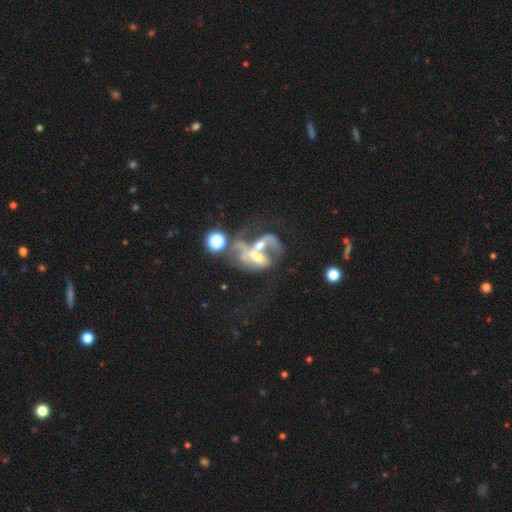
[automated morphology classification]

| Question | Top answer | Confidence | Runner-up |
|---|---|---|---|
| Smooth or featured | featured or disk | 66% | smooth (20%) |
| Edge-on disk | no | 95% | yes (5%) |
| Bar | no | 56% | weak (26%) |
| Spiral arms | no | 51% | yes (49%) |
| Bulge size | moderate | 44% | small (22%) |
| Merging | merger | 60% | major disturbance (24%) |